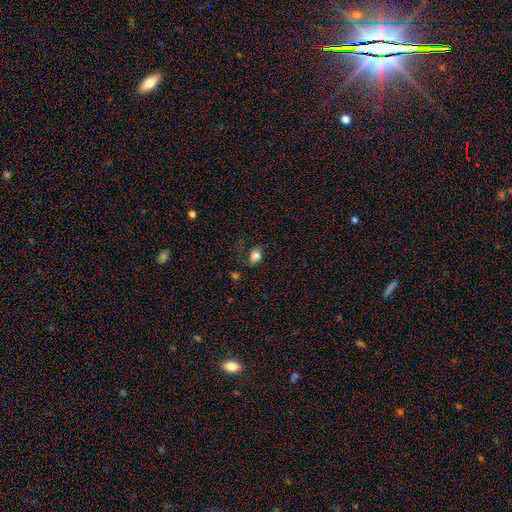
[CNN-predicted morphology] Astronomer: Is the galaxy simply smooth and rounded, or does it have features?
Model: smooth — 77%.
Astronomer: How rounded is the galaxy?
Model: in between — 60% (runner-up: round, 38%).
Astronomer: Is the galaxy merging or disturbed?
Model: none — 45% (runner-up: minor disturbance, 26%).